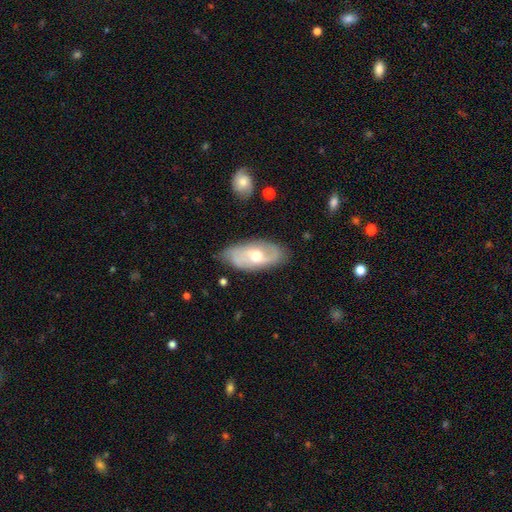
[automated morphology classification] A featured or disk galaxy (63%) with no bar (50%), spiral arms (78%) and a moderate central bulge (70%).

Vote fractions:
- Smooth or featured? featured or disk: 63% / smooth: 31% / star or artifact: 6%
- Edge-on disk? no: 91% / yes: 9%
- Bar? no: 50% / weak: 40% / strong: 10%
- Spiral arms? yes: 78% / no: 22%
- Bulge size? moderate: 70% / small: 22% / large: 7% / none: 1% / dominant: 1%
- Merging? none: 75% / minor disturbance: 18% / major disturbance: 5% / merger: 2%